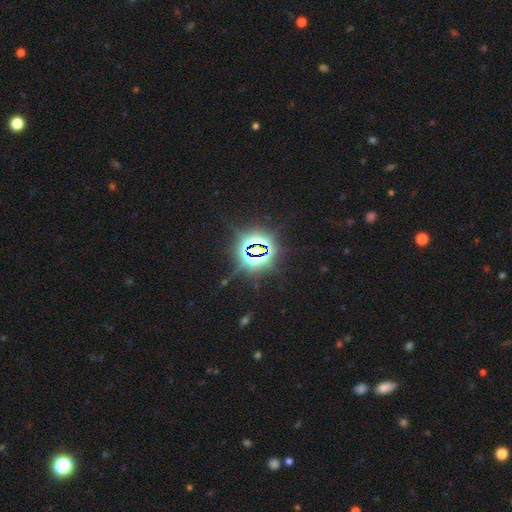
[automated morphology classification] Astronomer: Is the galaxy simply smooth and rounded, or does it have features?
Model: star or artifact — 84%.